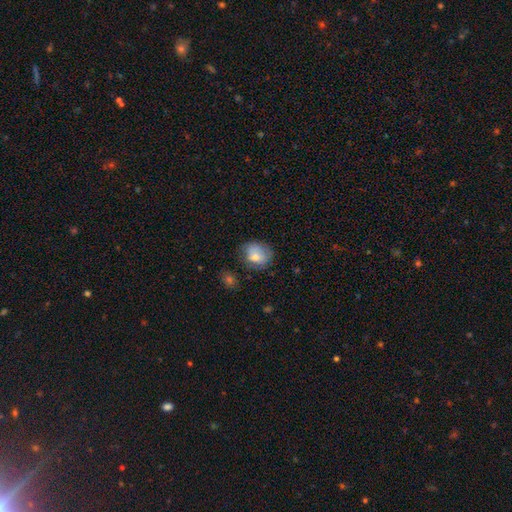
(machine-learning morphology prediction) Overall: smooth (78%). How rounded: round (60%; in between 39%). Merging: none (59%; minor disturbance 28%).